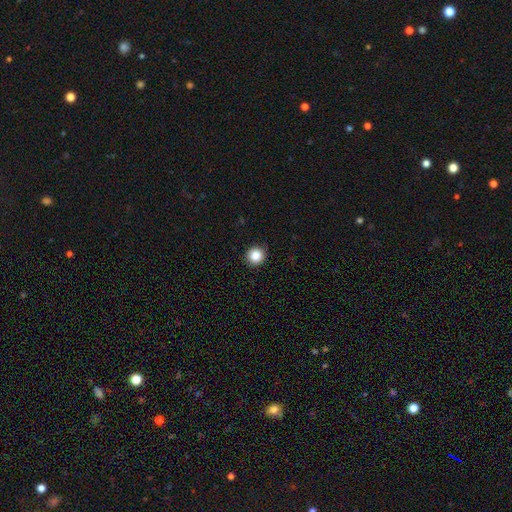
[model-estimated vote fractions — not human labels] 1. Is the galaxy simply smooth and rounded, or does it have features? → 84% smooth, 10% star or artifact, 5% featured or disk.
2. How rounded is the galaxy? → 94% round, 5% in between, 1% cigar-shaped.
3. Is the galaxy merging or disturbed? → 92% none, 5% minor disturbance, 2% major disturbance, 1% merger.